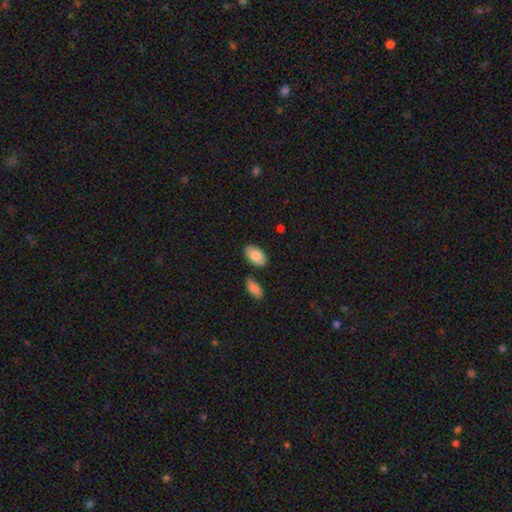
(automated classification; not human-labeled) smooth-or-featured: smooth: 84% | featured or disk: 10% | star or artifact: 6%
  how-rounded: in between: 94% | round: 5% | cigar-shaped: 2%
  merging: none: 82% | minor disturbance: 11% | merger: 5% | major disturbance: 2%